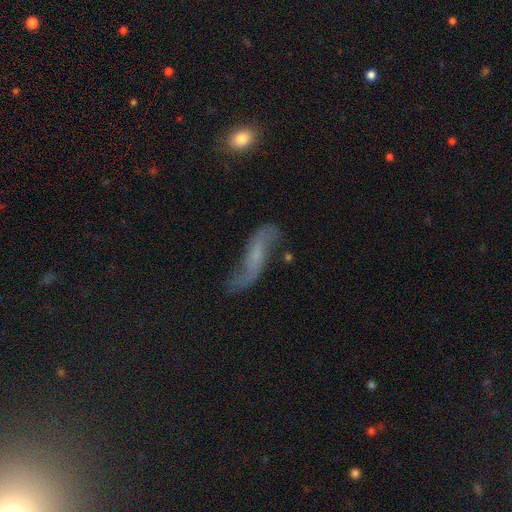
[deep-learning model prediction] Smooth or featured? featured or disk (73%)
Edge-on disk? no (85%)
Bar? no (47%)
Spiral arms? yes (91%)
Spiral winding? loose (81%)
Spiral arm count? 2 (90%)
Bulge size? small (49%)
Merging? none (63%)